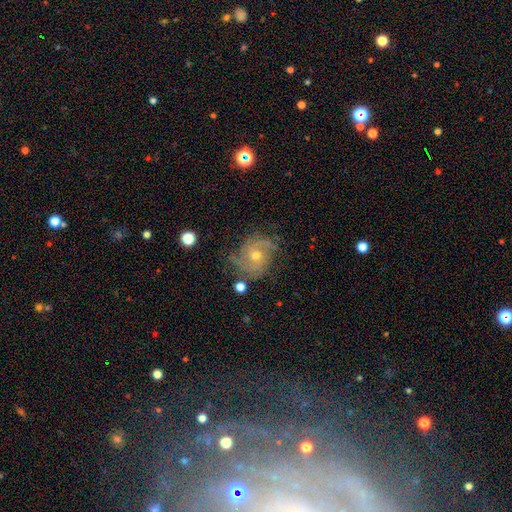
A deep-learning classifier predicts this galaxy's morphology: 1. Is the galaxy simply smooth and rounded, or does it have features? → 83% featured or disk, 9% smooth, 8% star or artifact.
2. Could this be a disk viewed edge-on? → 97% no, 3% yes.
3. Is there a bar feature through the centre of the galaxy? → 74% no, 21% weak, 5% strong.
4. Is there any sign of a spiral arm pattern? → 95% yes, 5% no.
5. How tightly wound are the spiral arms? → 46% tight, 40% medium, 13% loose.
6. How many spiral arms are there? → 40% 2, 25% 3, 19% can't tell, 6% 4, 5% 1, 5% more than 4.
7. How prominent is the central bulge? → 55% moderate, 42% small, 2% large, 1% none, 1% dominant.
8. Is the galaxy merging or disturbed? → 70% none, 20% minor disturbance, 8% major disturbance, 2% merger.